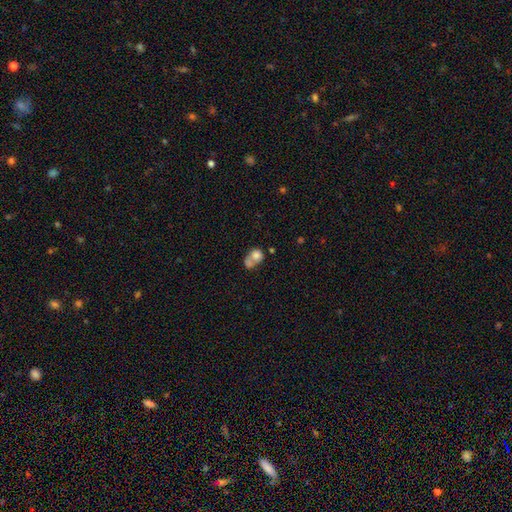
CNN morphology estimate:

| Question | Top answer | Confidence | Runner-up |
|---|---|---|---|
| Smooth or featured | smooth | 73% | featured or disk (18%) |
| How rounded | round | 64% | in between (35%) |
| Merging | merger | 60% | none (23%) |